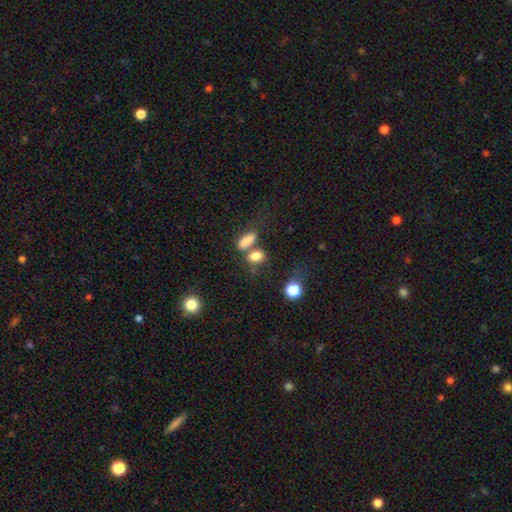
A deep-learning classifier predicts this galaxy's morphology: Overall: smooth (82%). How rounded: in between (67%; round 28%). Merging: none (44%; merger 37%).